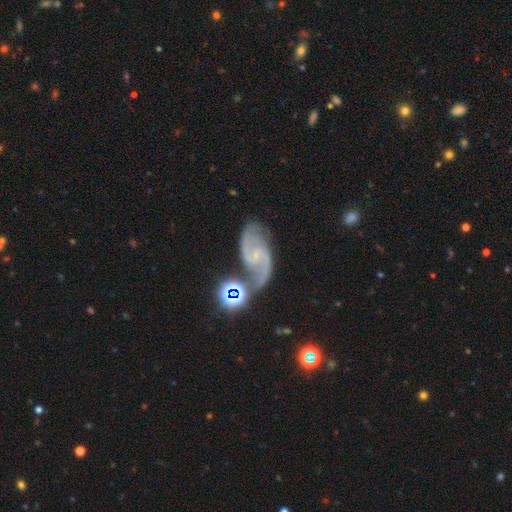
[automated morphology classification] This is clearly a featured or disk galaxy (88%). It is clearly not viewed edge-on (97%). Bar: possibly weak (48%). Spiral arm pattern: clearly yes (98%). Spiral arm count: clearly 2 (92%). Spiral winding: possibly medium (53%). Central bulge: likely small (70%). Merging: likely none (64%).